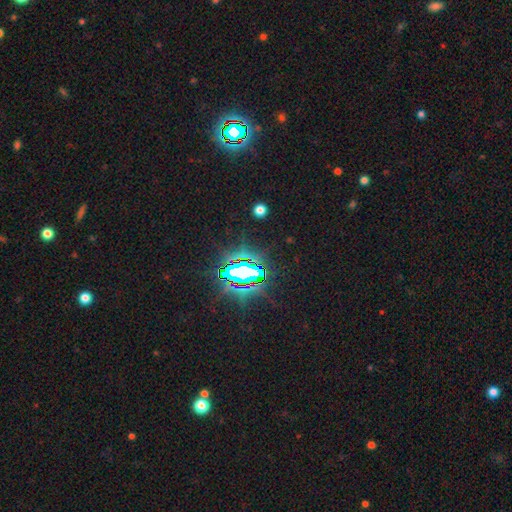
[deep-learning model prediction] smooth_or_featured: star or artifact (p=0.85) [alt: smooth p=0.09]